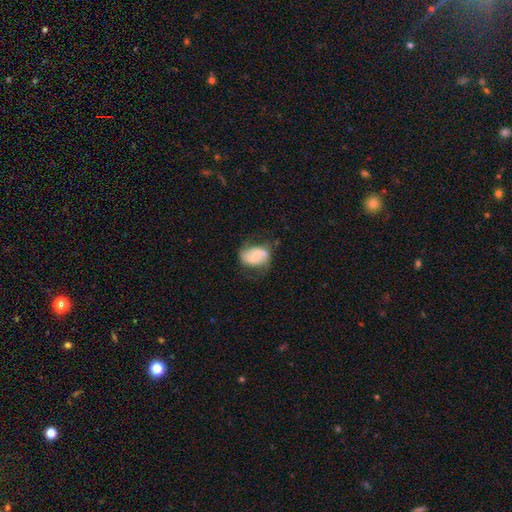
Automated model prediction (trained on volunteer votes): Smooth or featured? featured or disk (56%)
Edge-on disk? no (97%)
Bar? weak (42%, tied with no)
Spiral arms? yes (81%)
Bulge size? small (44%)
Merging? none (51%)